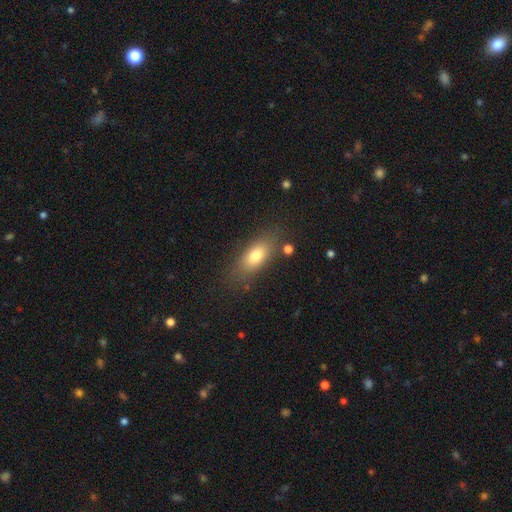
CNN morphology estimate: This is likely a smooth galaxy (75%). How rounded: likely in between (78%). Merging: likely none (78%).